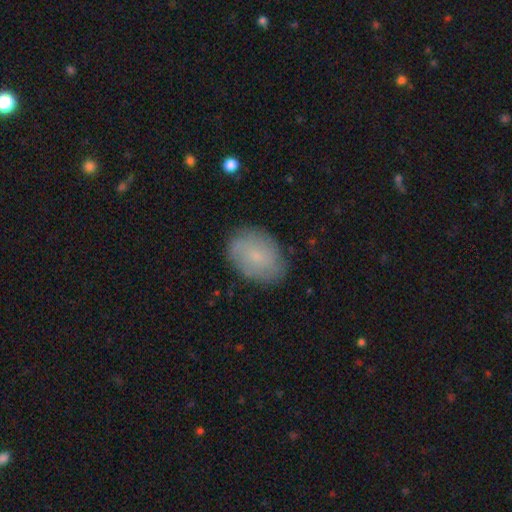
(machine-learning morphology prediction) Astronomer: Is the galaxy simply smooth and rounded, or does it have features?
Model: smooth — 61%.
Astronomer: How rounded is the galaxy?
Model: in between — 79%.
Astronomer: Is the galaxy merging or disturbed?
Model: none — 81%.